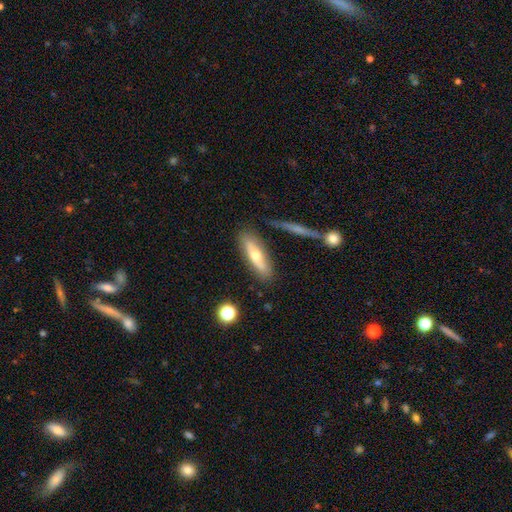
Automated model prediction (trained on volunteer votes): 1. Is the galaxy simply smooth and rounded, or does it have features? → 52% smooth, 41% featured or disk, 7% star or artifact.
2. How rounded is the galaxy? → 61% cigar-shaped, 36% in between, 3% round.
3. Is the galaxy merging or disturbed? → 80% none, 12% minor disturbance, 5% merger, 3% major disturbance.